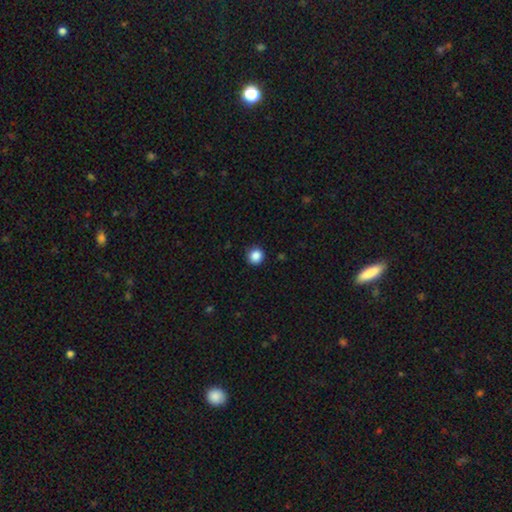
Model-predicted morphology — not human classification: Smooth or featured: smooth — 87% (star or artifact — 10%)
How rounded: round — 92% (in between — 7%)
Merging: none — 91% (minor disturbance — 6%)